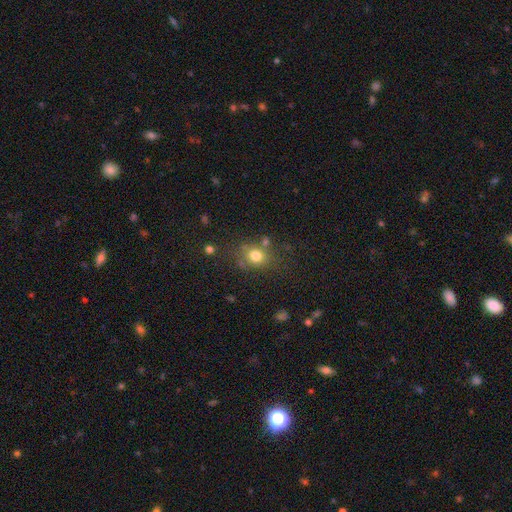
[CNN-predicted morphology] The model was most divided on "how rounded": round: 67%, in between: 32%, cigar-shaped: 1%. More confident: smooth or featured — smooth (77%); merging — none (69%).